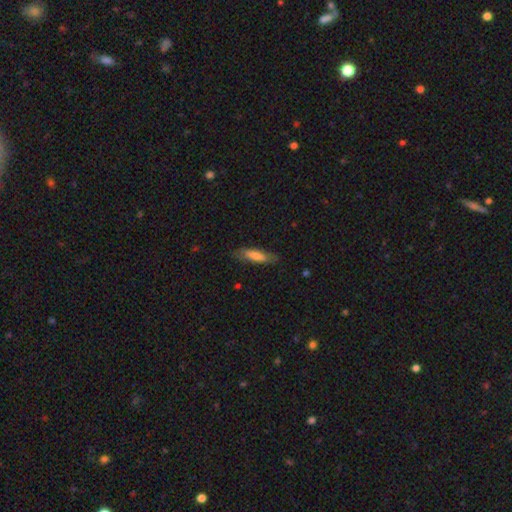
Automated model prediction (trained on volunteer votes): smooth_or_featured: smooth (p=0.65) [alt: featured or disk p=0.28]
how_rounded: cigar-shaped (p=0.65) [alt: in between p=0.34]
merging: none (p=0.77) [alt: minor disturbance p=0.17]